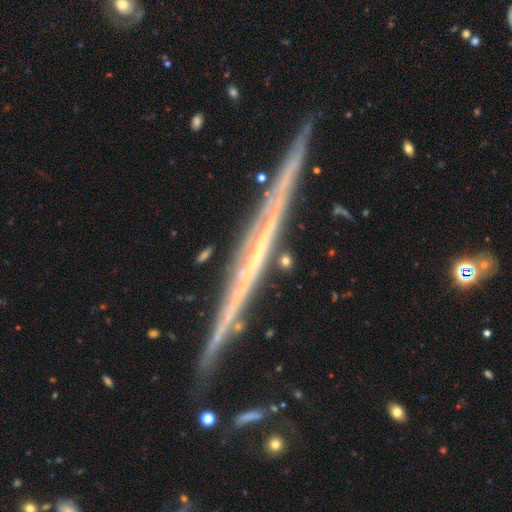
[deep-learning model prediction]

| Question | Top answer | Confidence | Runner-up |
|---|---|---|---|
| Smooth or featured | featured or disk | 77% | smooth (16%) |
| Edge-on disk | yes | 97% | no (3%) |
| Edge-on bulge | none | 87% | rounded (8%) |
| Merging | none | 87% | minor disturbance (9%) |